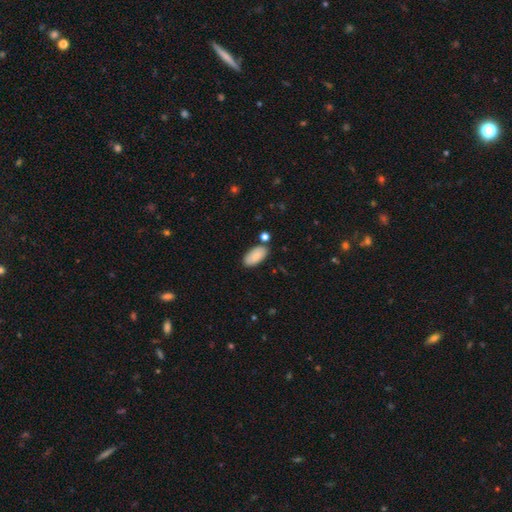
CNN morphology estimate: Smooth or featured?
  - smooth: 85% *
  - featured or disk: 9%
  - star or artifact: 6%
How rounded?
  - in between: 94% *
  - cigar-shaped: 4%
  - round: 2%
Merging?
  - none: 78% *
  - minor disturbance: 13%
  - merger: 6%
  - major disturbance: 3%